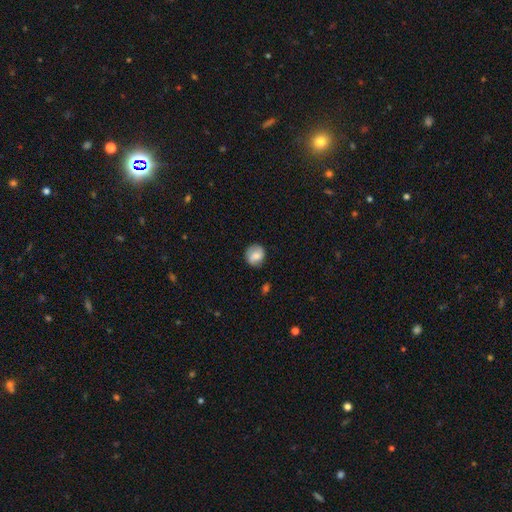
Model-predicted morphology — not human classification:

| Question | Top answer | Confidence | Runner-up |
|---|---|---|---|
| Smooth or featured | smooth | 74% | featured or disk (18%) |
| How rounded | round | 83% | in between (16%) |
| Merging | none | 79% | minor disturbance (16%) |